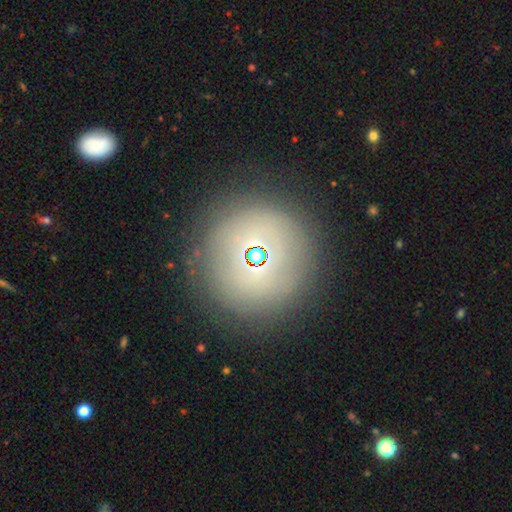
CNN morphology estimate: Q: Smooth or featured?
A: smooth (52%); runner-up: star or artifact (24%)
Q: How rounded?
A: round (95%); runner-up: in between (4%)
Q: Merging?
A: none (84%); runner-up: minor disturbance (9%)